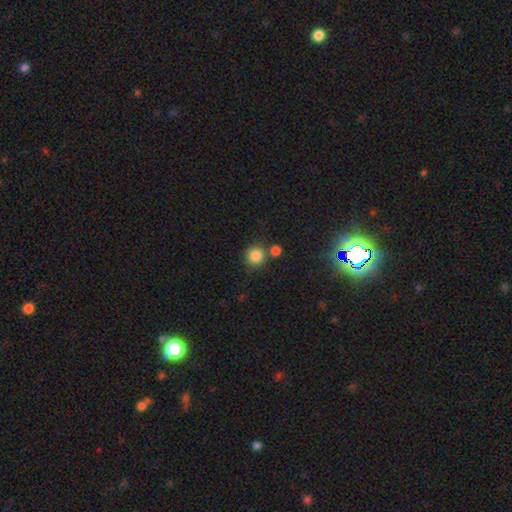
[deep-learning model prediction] Q: Smooth or featured?
A: smooth (84%); runner-up: star or artifact (11%)
Q: How rounded?
A: round (92%); runner-up: in between (7%)
Q: Merging?
A: none (70%); runner-up: merger (17%)